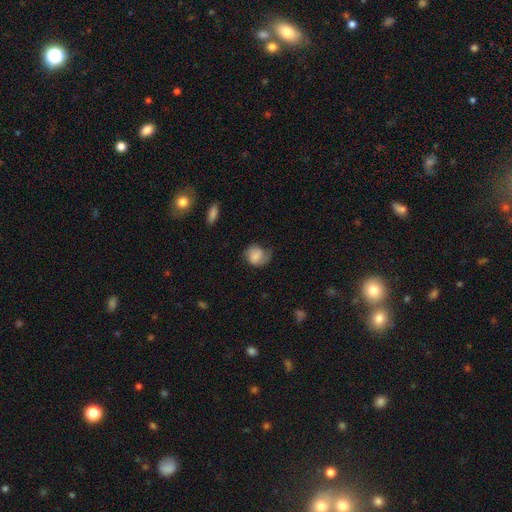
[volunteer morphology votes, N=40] smooth 62%, featured or disk 30%, star or artifact 8%. Down the decision tree: how rounded — in between (52%); merging — none (68%).